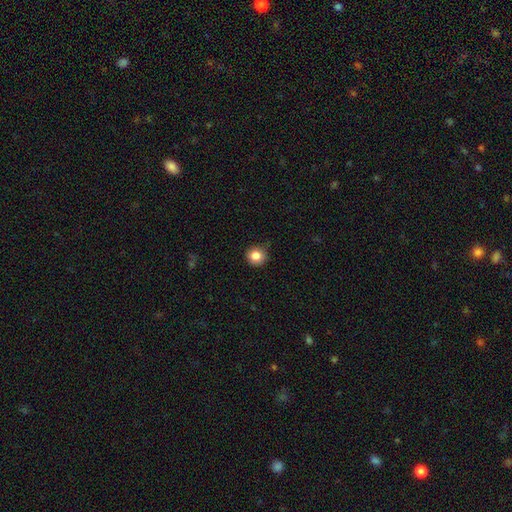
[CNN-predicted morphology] Overall: smooth (85%). How rounded: round (92%). Merging: none (85%).